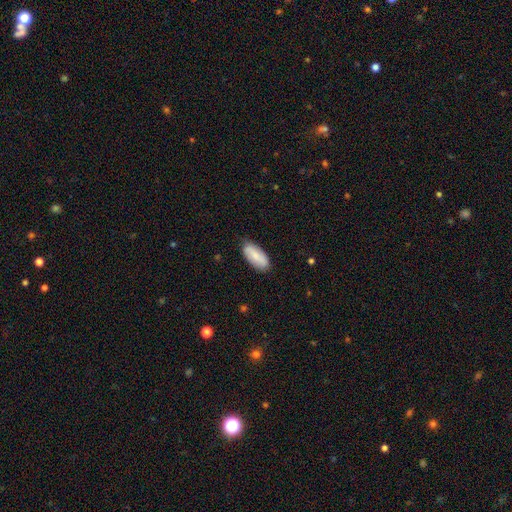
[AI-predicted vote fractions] Smooth or featured?
  - smooth: 72% *
  - featured or disk: 22%
  - star or artifact: 6%
How rounded?
  - in between: 88% *
  - cigar-shaped: 10%
  - round: 2%
Merging?
  - none: 80% *
  - minor disturbance: 16%
  - major disturbance: 3%
  - merger: 1%